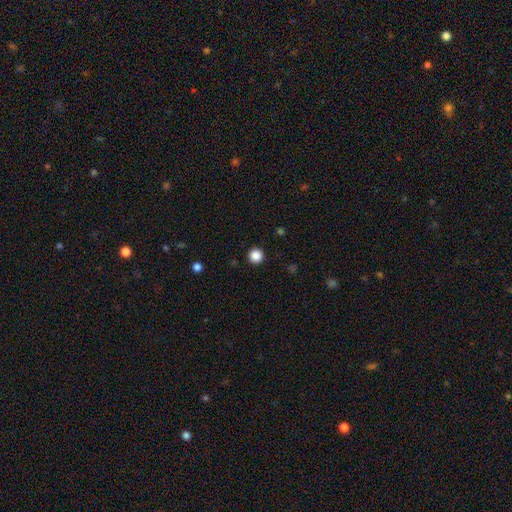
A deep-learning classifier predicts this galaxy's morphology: Smooth or featured: smooth — 87% (star or artifact — 11%)
How rounded: round — 96% (in between — 3%)
Merging: none — 93% (minor disturbance — 4%)